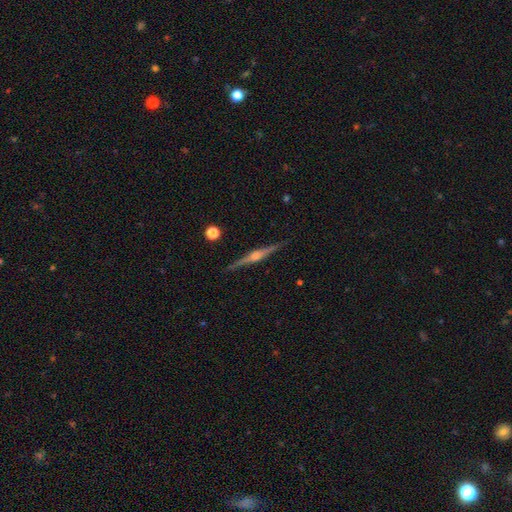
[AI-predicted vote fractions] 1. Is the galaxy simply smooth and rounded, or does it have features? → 85% featured or disk, 9% smooth, 6% star or artifact.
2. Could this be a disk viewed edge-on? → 99% yes, 1% no.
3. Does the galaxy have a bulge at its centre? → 87% rounded, 9% boxy, 4% none.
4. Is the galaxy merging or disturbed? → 91% none, 6% minor disturbance, 1% major disturbance, 1% merger.